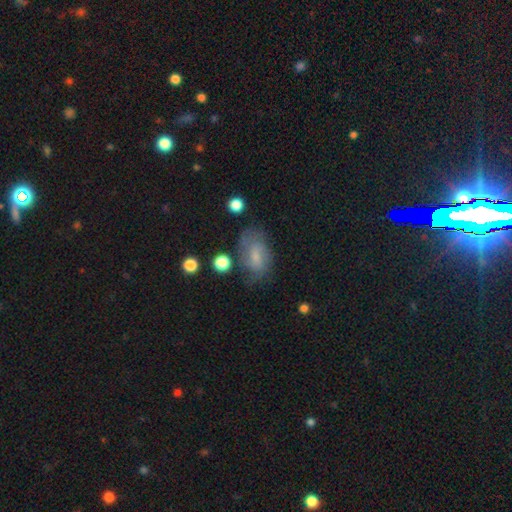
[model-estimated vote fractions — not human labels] featured or disk 48%, smooth 43%, star or artifact 10%. Down the decision tree: merging — none (61%).